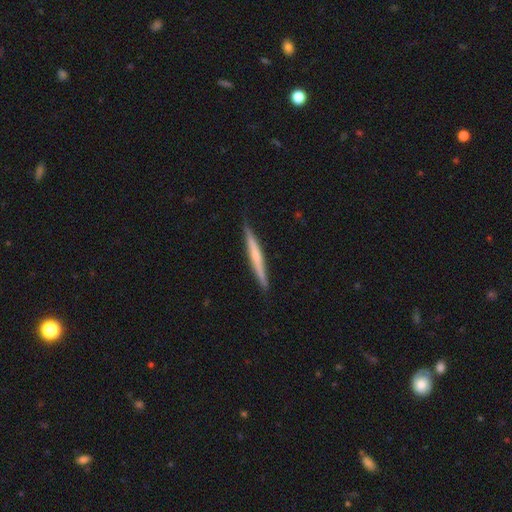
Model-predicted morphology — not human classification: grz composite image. It shows a featured or disk galaxy (53%) viewed edge-on (97%) with no central bulge (55%). Merging: none (89%).